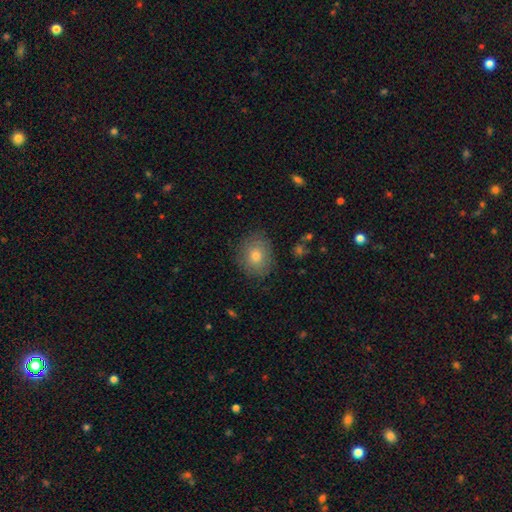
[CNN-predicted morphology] smooth-or-featured: smooth: 77% | featured or disk: 13% | star or artifact: 10%
  how-rounded: round: 62% | in between: 37% | cigar-shaped: 1%
  merging: none: 84% | minor disturbance: 12% | major disturbance: 3% | merger: 1%